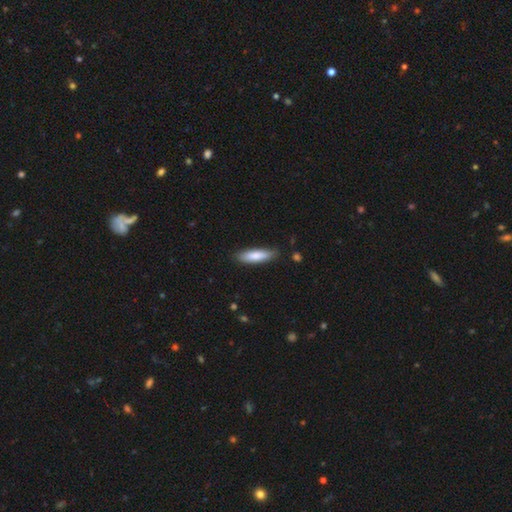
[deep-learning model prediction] The model was most divided on "how rounded": cigar-shaped: 63%, in between: 35%, round: 1%. More confident: merging — none (84%); smooth or featured — smooth (81%).